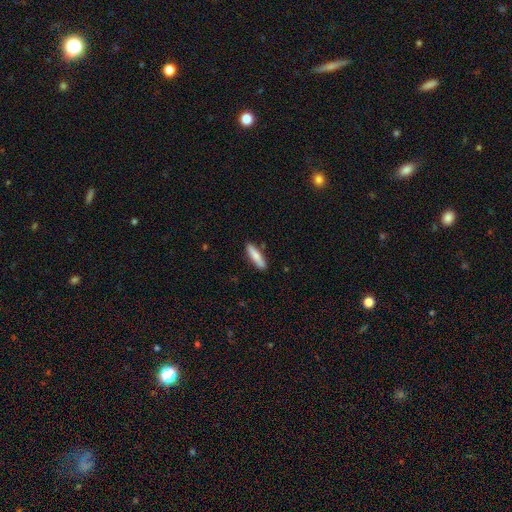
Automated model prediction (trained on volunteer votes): smooth 78%, featured or disk 16%, star or artifact 6%. Down the decision tree: how rounded — cigar-shaped (75%); merging — none (86%).